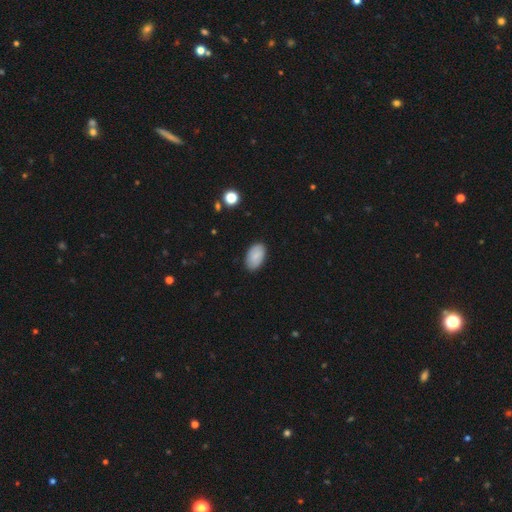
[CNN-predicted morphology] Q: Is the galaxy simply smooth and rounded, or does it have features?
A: smooth — 84%.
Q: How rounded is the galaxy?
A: in between — 94%.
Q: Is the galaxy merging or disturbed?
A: none — 86%.